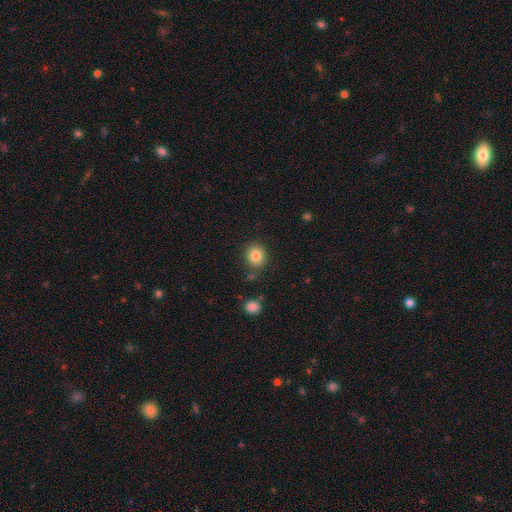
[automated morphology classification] A smooth galaxy with no disk features (83%) that is round (80%). Merging: none (84%).